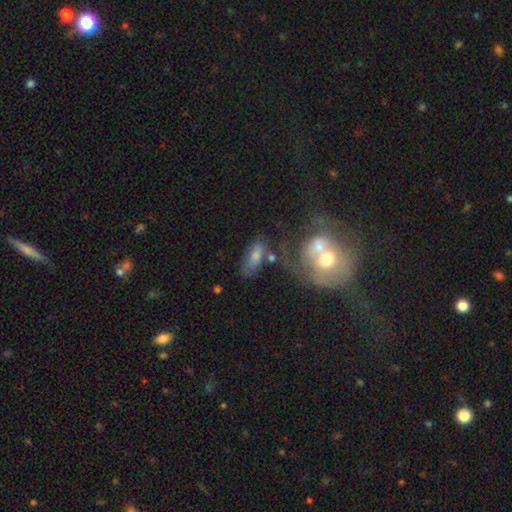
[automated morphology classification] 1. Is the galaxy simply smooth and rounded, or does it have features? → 68% smooth, 23% featured or disk, 10% star or artifact.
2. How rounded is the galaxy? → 84% in between, 11% cigar-shaped, 5% round.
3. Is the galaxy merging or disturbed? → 46% none, 21% merger, 20% minor disturbance, 13% major disturbance.